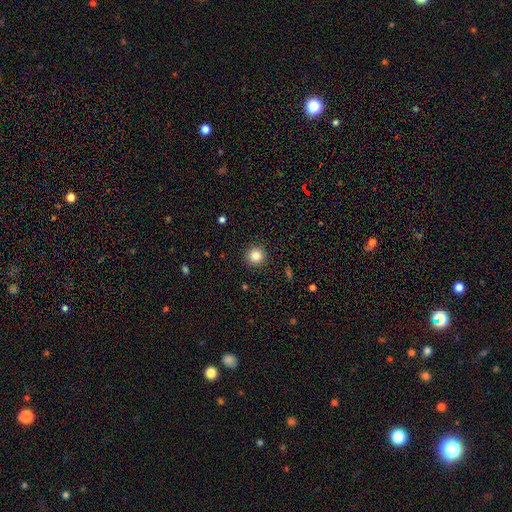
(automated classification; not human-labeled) A smooth galaxy with no disk features (85%) that is round (95%). Merging: none (92%).